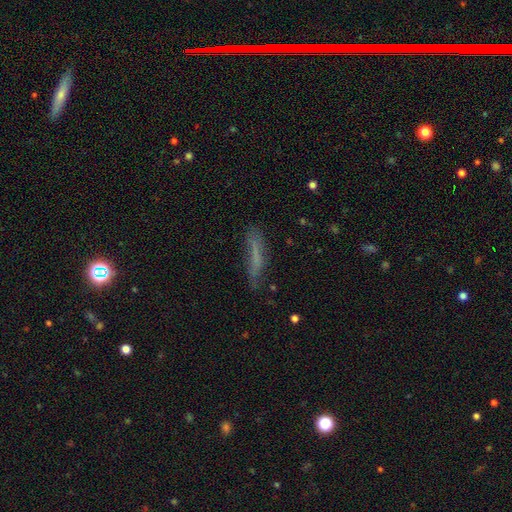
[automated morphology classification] smooth_or_featured: smooth (p=0.57) [alt: featured or disk p=0.30]
how_rounded: cigar-shaped (p=0.84) [alt: in between p=0.14]
merging: none (p=0.58) [alt: minor disturbance p=0.26]